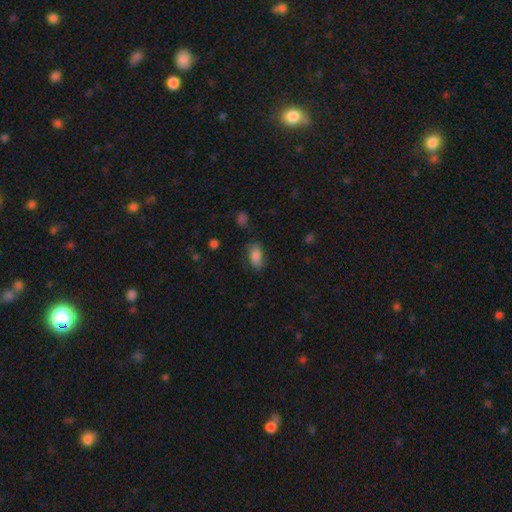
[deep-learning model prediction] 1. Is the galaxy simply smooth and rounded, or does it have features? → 81% smooth, 11% featured or disk, 8% star or artifact.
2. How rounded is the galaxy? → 90% in between, 5% round, 5% cigar-shaped.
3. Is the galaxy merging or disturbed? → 72% none, 20% minor disturbance, 6% major disturbance, 2% merger.